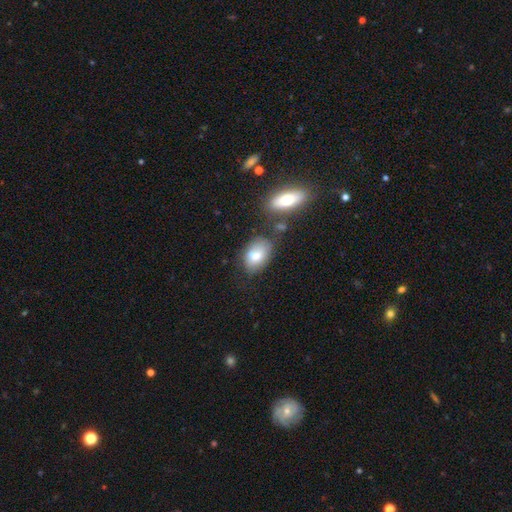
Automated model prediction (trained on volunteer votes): Overall: smooth (71%). How rounded: in between (84%). Merging: none (50%; minor disturbance 24%).